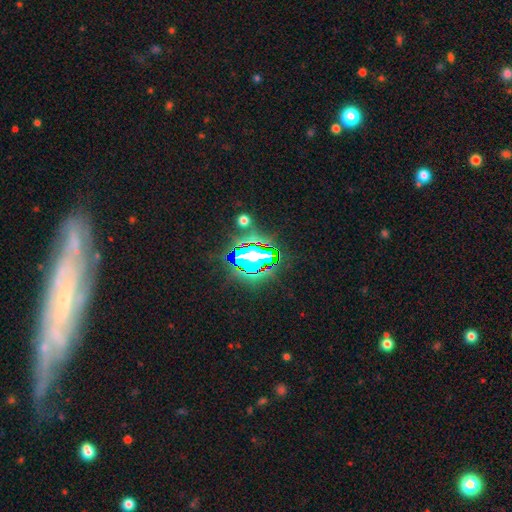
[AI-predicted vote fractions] This is likely a star or artifact rather than a galaxy (70%).